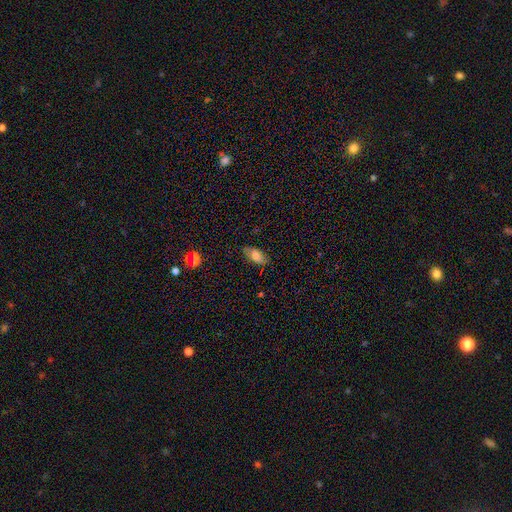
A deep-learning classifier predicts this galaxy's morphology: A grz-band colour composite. It shows a smooth galaxy with no disk features (70%) that is in between round and cigar-shaped (91%). Merging: none (78%).